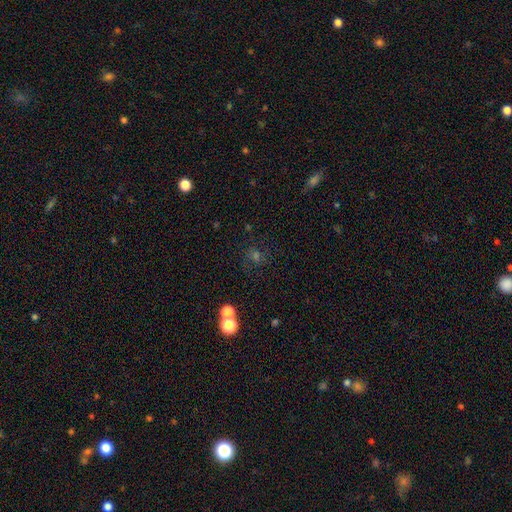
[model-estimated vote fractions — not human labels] Smooth or featured? star or artifact (42%)